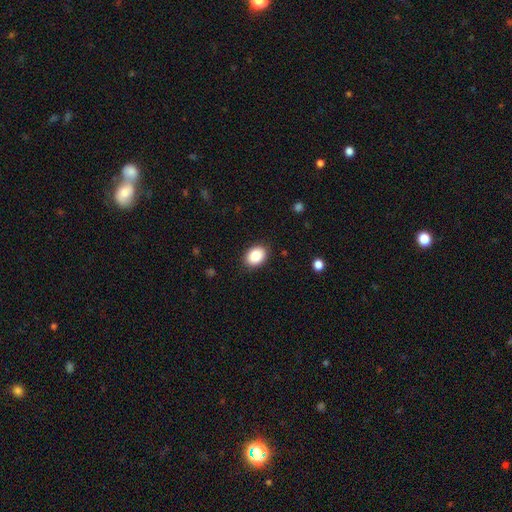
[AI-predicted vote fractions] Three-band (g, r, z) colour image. It shows a smooth galaxy with no disk features (86%) that is in between round and cigar-shaped (69%). Merging: none (88%).